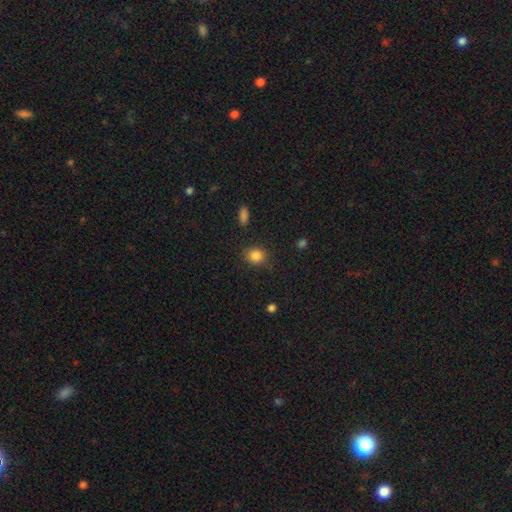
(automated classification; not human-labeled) The model was most divided on "how rounded": round: 69%, in between: 30%, cigar-shaped: 1%. More confident: smooth or featured — smooth (85%); merging — none (83%).